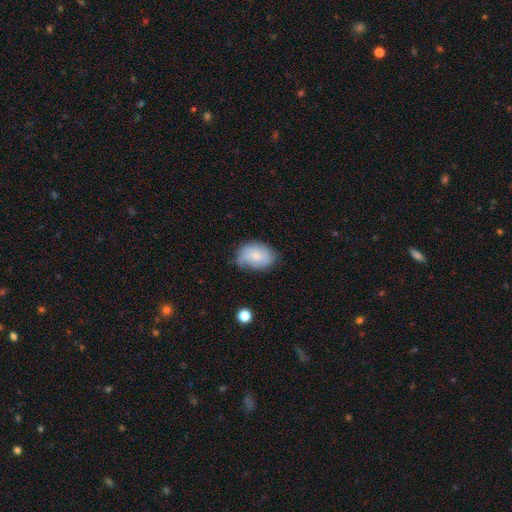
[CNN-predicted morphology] type=smooth (63%); roundness=in between (80%); merging=none (62%).